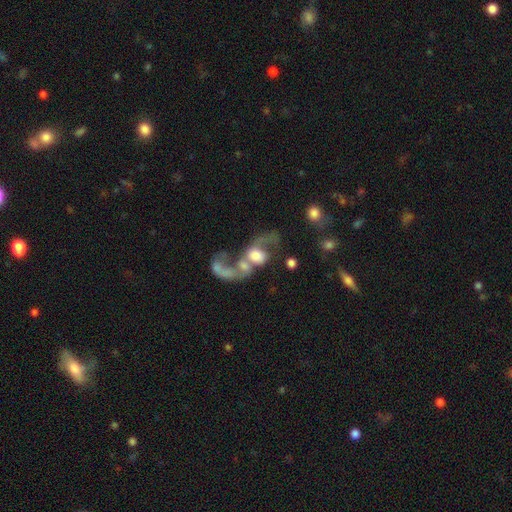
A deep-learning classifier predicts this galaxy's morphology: This is likely a featured or disk galaxy (65%). It is clearly not viewed edge-on (96%). Bar: likely no (68%). Spiral arm pattern: likely yes (72%). Central bulge: marginally moderate (35%). Merging: likely merger (62%).